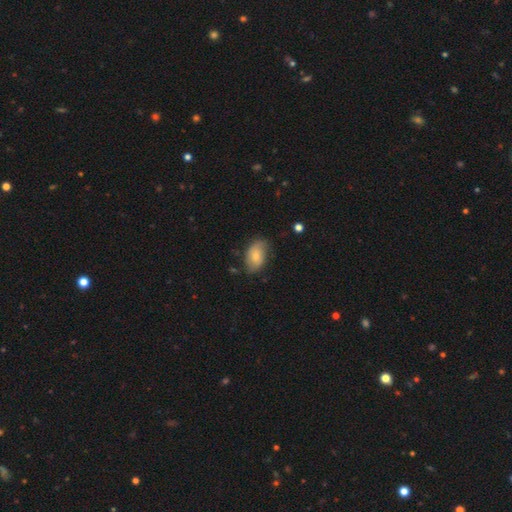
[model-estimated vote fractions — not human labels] The model was most divided on "merging": none: 65%, minor disturbance: 27%, major disturbance: 7%, merger: 2%. More confident: how rounded — in between (90%); smooth or featured — smooth (70%).